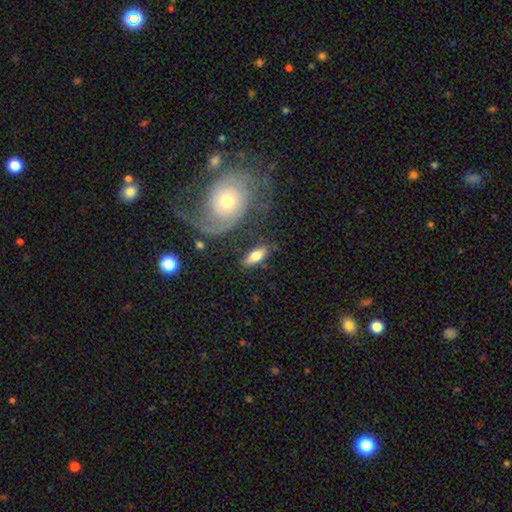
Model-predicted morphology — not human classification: This appears to be a smooth galaxy with no disk features (72%) that is in between round and cigar-shaped (78%). Merging: none (73%).